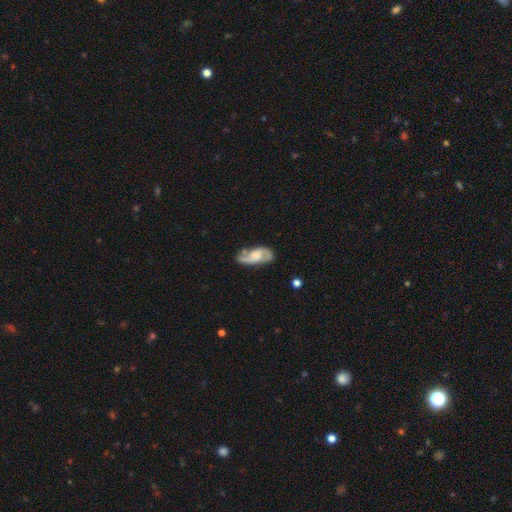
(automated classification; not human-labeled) Overall: featured or disk (73%). Edge-on disk: no (93%). Bar: no (52%; weak 38%). Spiral arms: yes (92%). Spiral arm count: 2 (88%). Spiral winding: medium (44%; loose 41%). Bulge size: moderate (31%; large 25%). Merging: none (68%).